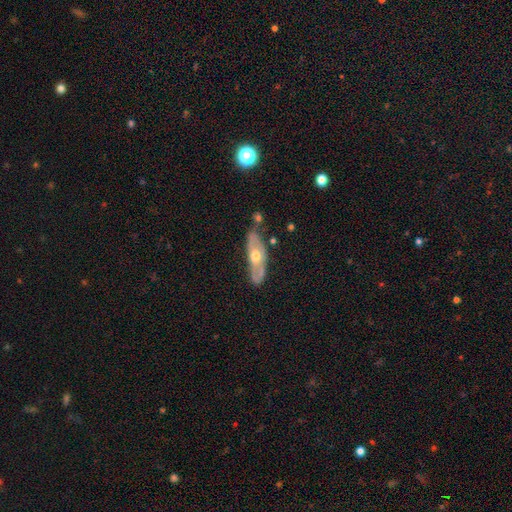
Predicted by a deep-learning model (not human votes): A featured or disk galaxy (66%). Merging: none (69%).